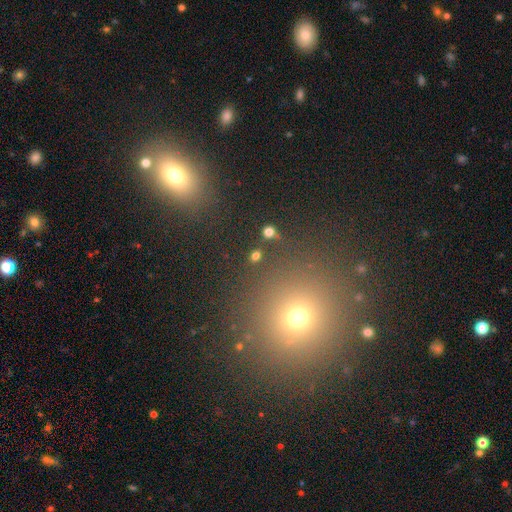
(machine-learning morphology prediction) Q: Smooth or featured?
A: smooth (74%); runner-up: star or artifact (19%)
Q: How rounded?
A: round (52%); runner-up: in between (45%)
Q: Merging?
A: none (79%); runner-up: minor disturbance (9%)